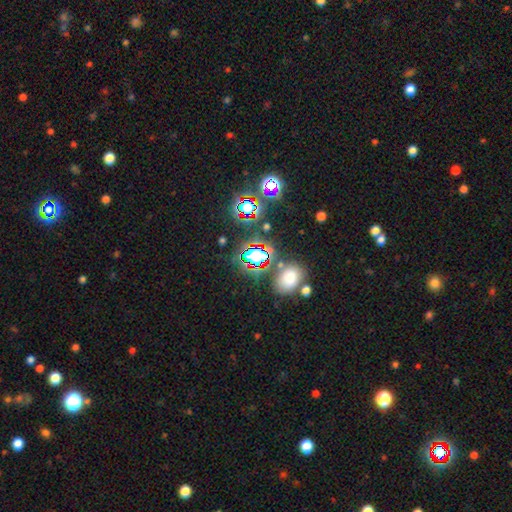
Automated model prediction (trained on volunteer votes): smooth-or-featured: star or artifact: 62% | smooth: 27% | featured or disk: 11%